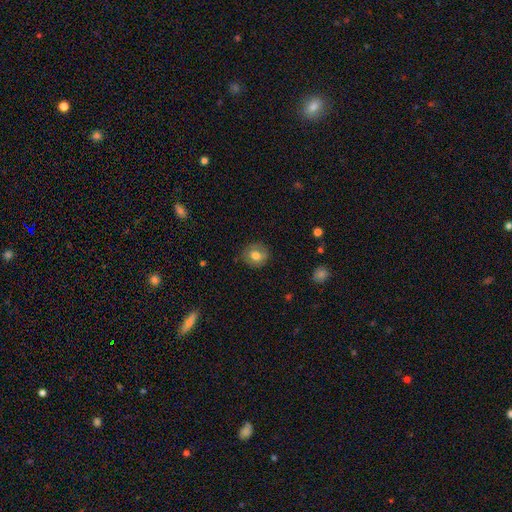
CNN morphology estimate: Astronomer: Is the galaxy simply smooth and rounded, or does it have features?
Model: smooth — 76%.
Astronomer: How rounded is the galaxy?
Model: round — 84%.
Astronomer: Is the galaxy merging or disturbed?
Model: none — 83%.